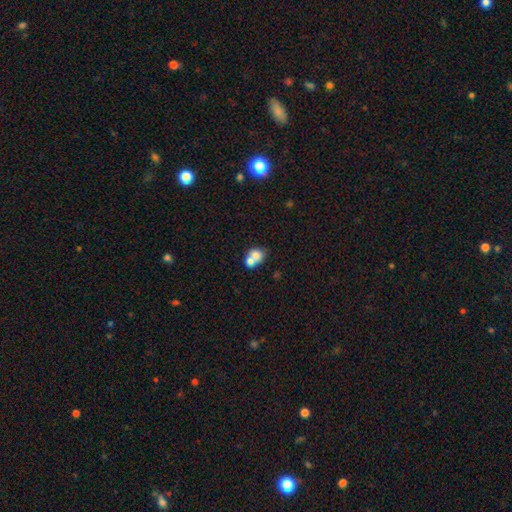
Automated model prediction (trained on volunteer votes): Morphology: type=smooth (71%); roundness=round (63%); merging=merger (63%).